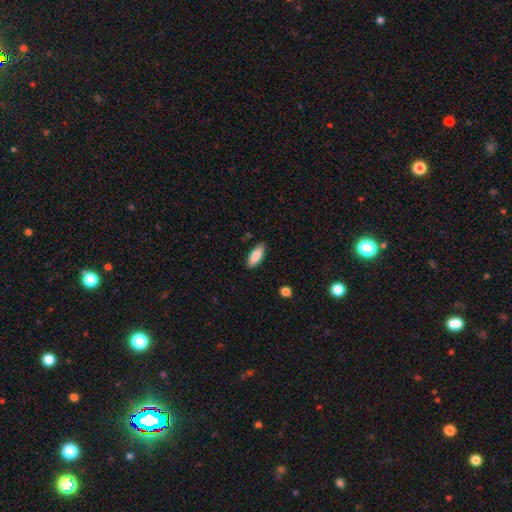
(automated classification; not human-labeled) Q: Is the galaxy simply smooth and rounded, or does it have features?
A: smooth — 84%.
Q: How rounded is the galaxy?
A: in between — 82%.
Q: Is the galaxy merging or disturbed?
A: none — 86%.